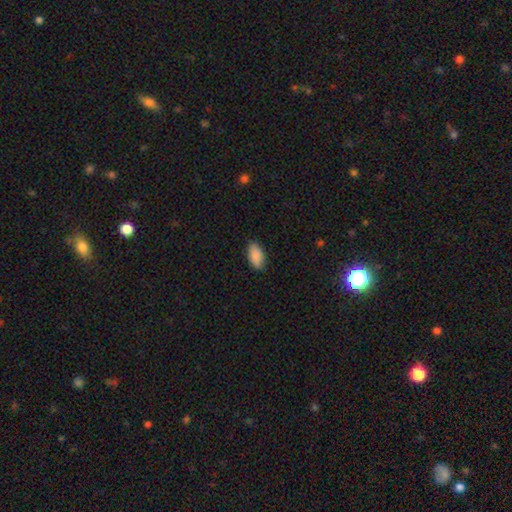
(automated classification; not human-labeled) This is clearly a smooth galaxy (90%). How rounded: clearly in between (94%). Merging: clearly none (86%).